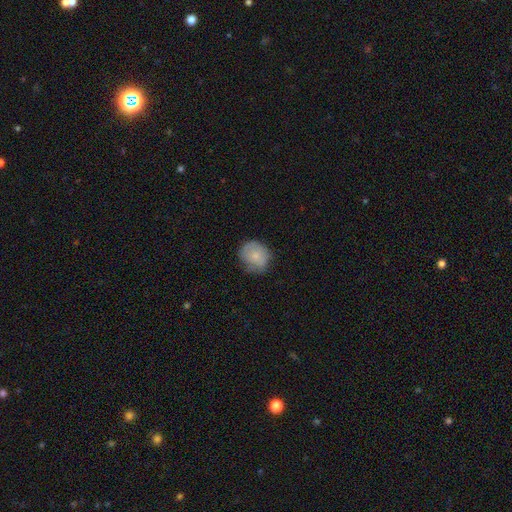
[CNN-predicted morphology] This is likely a smooth galaxy (73%). How rounded: likely round (76%). Merging: likely none (61%).